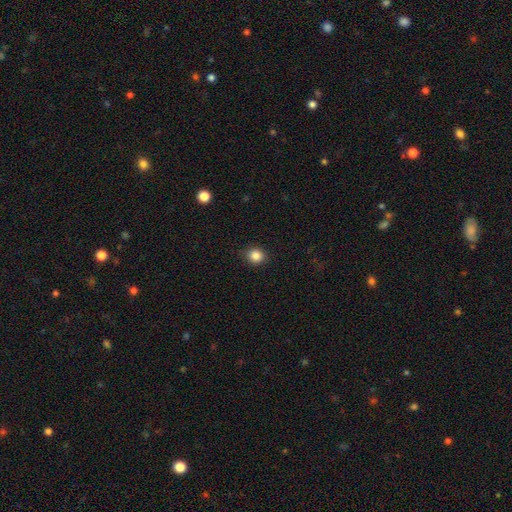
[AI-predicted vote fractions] Overall: smooth (85%). How rounded: round (82%). Merging: none (87%).